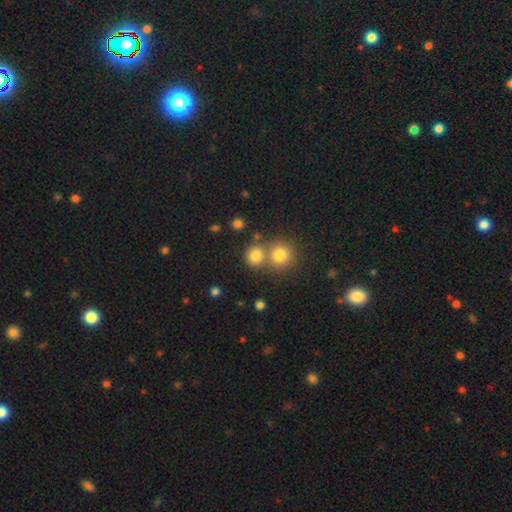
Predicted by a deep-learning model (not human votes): Smooth or featured? smooth (79%)
How rounded? round (86%)
Merging? none (59%)